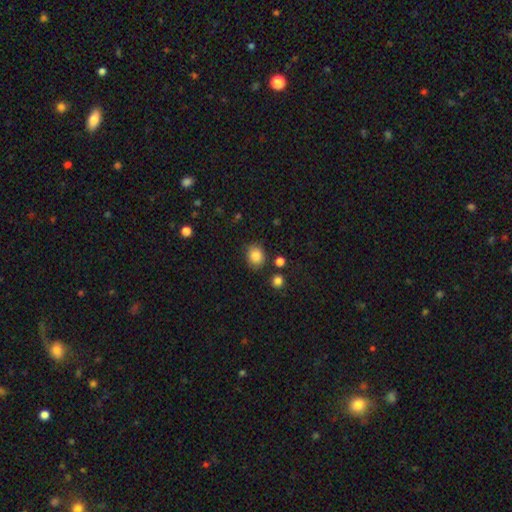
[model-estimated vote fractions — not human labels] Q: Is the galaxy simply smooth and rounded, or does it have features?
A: smooth — 85%.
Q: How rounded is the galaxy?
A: round — 69%.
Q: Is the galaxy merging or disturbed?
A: none — 82%.